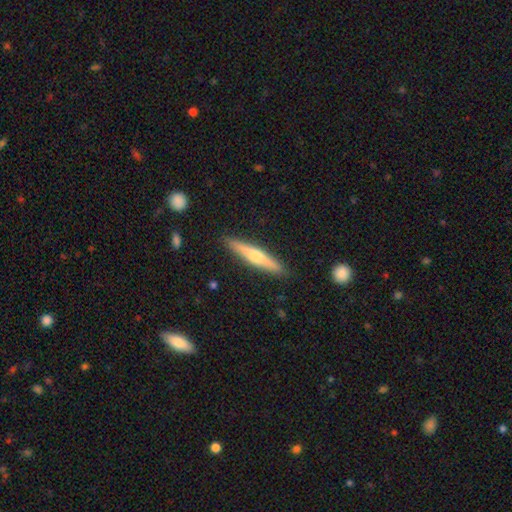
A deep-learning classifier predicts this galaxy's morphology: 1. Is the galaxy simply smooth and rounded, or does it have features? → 52% featured or disk, 43% smooth, 6% star or artifact.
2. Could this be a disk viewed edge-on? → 96% yes, 4% no.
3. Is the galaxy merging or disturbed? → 90% none, 8% minor disturbance, 2% major disturbance, 1% merger.